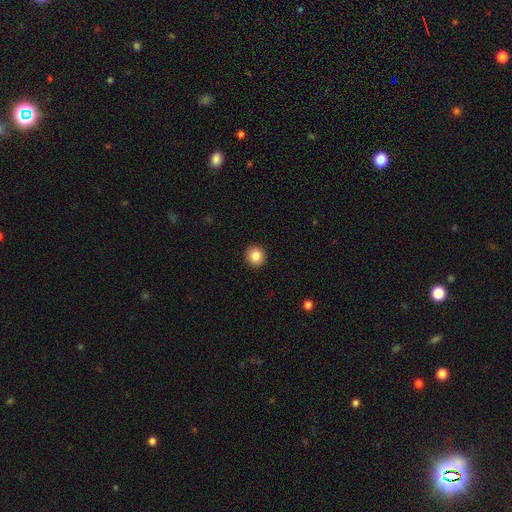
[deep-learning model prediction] This appears to be a smooth galaxy with no disk features (85%) that is round (92%). Merging: none (93%).